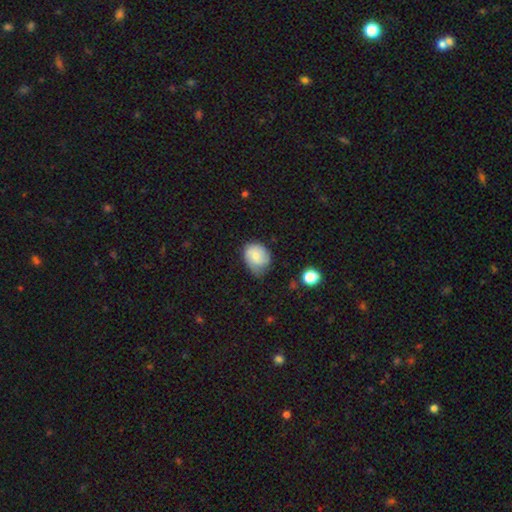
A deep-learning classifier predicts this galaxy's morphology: Q: Smooth or featured?
A: smooth (62%); runner-up: featured or disk (30%)
Q: How rounded?
A: round (50%); runner-up: in between (49%)
Q: Merging?
A: none (50%); runner-up: minor disturbance (38%)